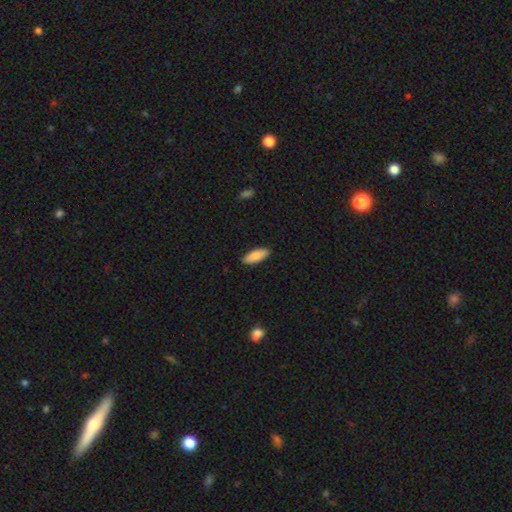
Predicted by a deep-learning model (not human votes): Smooth or featured? smooth (85%)
How rounded? in between (76%)
Merging? none (89%)